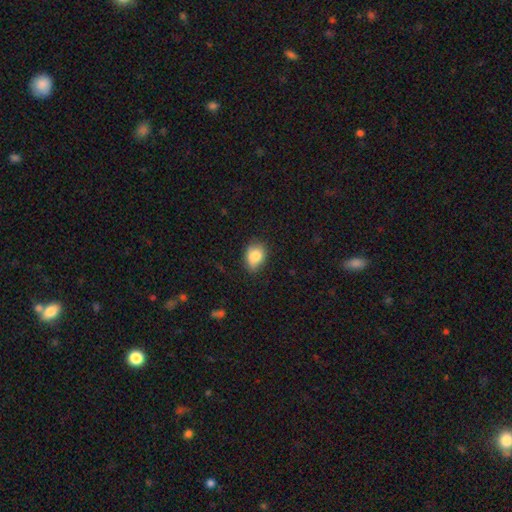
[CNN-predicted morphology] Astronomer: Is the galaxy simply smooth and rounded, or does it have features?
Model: smooth — 83%.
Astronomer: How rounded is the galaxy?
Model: in between — 62% (runner-up: round, 37%).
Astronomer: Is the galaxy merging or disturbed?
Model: none — 68%.